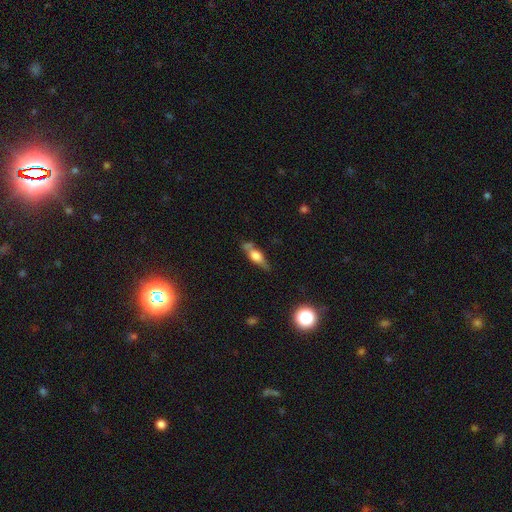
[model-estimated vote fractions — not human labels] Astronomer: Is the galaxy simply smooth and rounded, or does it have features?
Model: featured or disk — 49% (runner-up: smooth, 42%).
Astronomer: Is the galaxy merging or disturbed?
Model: none — 61%.